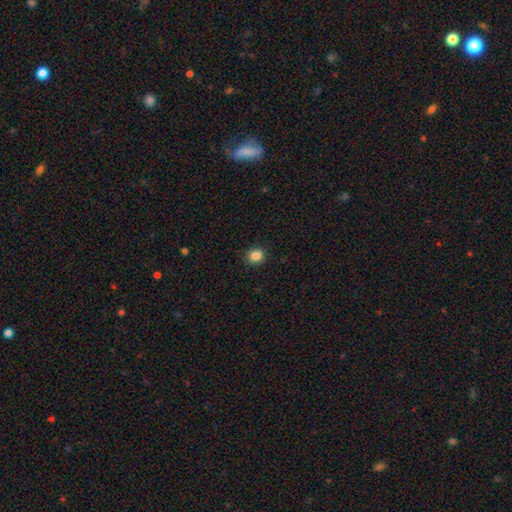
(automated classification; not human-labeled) This is clearly a smooth galaxy (85%). How rounded: clearly round (86%). Merging: clearly none (92%).